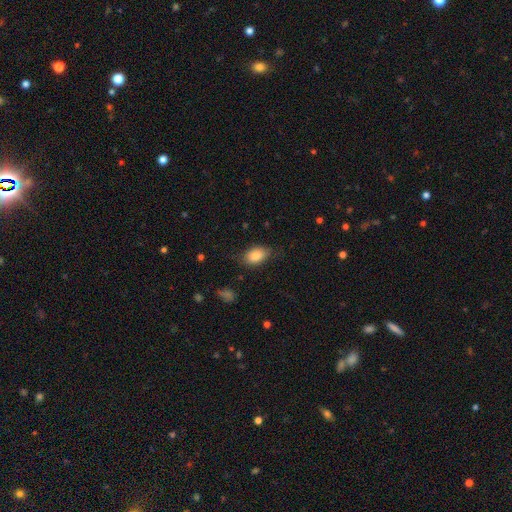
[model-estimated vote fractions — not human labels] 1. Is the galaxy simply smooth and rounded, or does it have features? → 82% smooth, 10% featured or disk, 8% star or artifact.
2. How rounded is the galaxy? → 86% in between, 12% round, 2% cigar-shaped.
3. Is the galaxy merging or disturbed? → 74% none, 20% minor disturbance, 5% major disturbance, 1% merger.